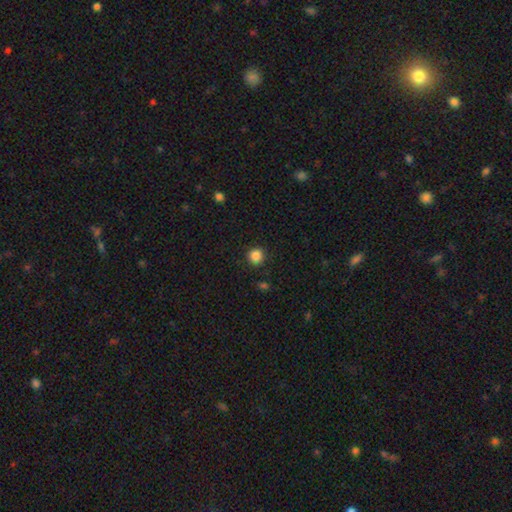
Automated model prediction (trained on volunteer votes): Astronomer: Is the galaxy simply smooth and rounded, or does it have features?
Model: smooth — 86%.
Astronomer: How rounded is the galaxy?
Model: round — 92%.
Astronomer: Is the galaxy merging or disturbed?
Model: none — 91%.